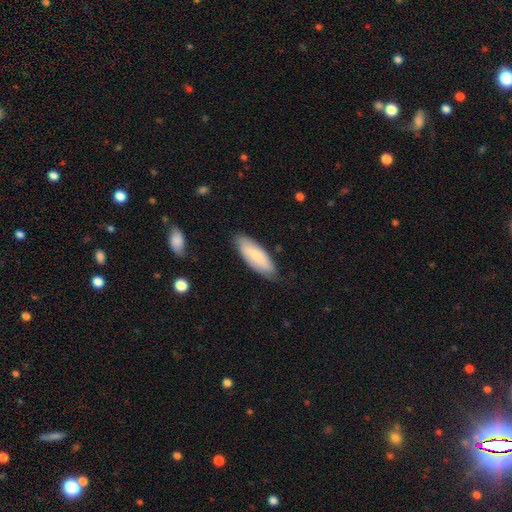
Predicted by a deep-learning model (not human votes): Smooth or featured? smooth (77%)
How rounded? in between (65%)
Merging? none (77%)